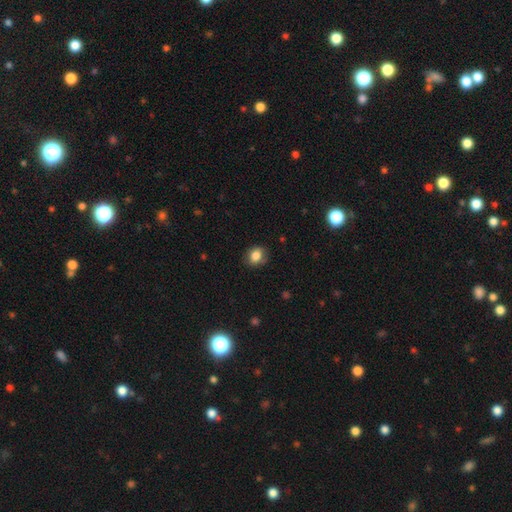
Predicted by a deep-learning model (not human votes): Overall: smooth (83%). How rounded: round (56%; in between 43%). Merging: none (81%).